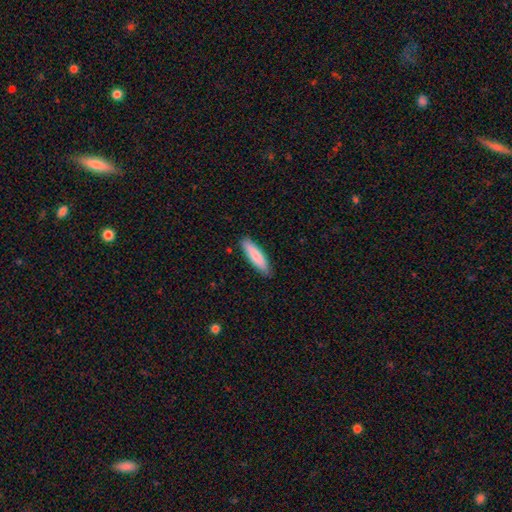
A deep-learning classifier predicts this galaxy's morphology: Smooth or featured?
  - smooth: 83% *
  - featured or disk: 12%
  - star or artifact: 5%
How rounded?
  - cigar-shaped: 72% *
  - in between: 27%
  - round: 1%
Merging?
  - none: 87% *
  - minor disturbance: 10%
  - major disturbance: 2%
  - merger: 1%